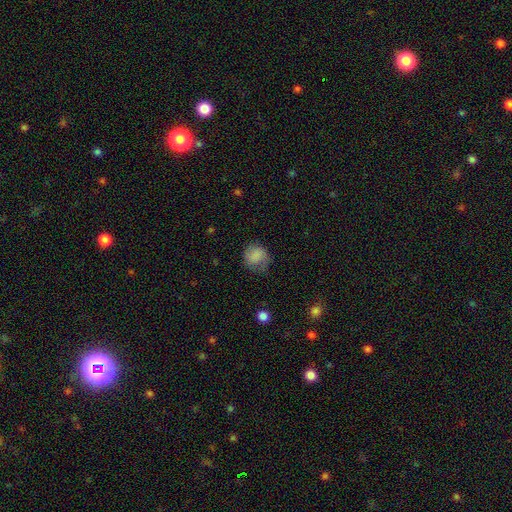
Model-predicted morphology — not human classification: The model was most divided on "merging": none: 58%, minor disturbance: 28%, major disturbance: 13%, merger: 1%. More confident: smooth or featured — smooth (80%); how rounded — round (76%).